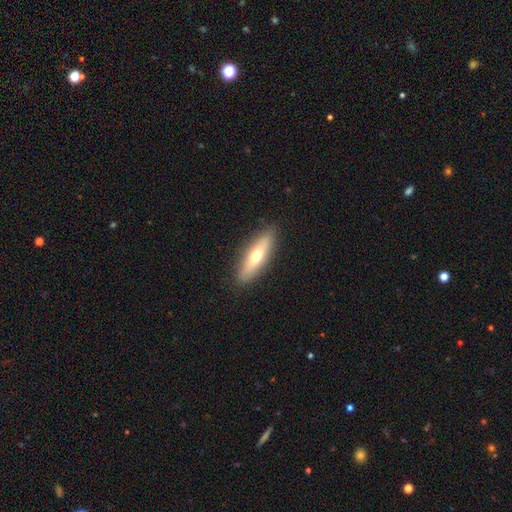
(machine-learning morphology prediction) Smooth or featured: smooth — 56% (featured or disk — 37%)
How rounded: cigar-shaped — 60% (in between — 38%)
Merging: none — 88% (minor disturbance — 9%)